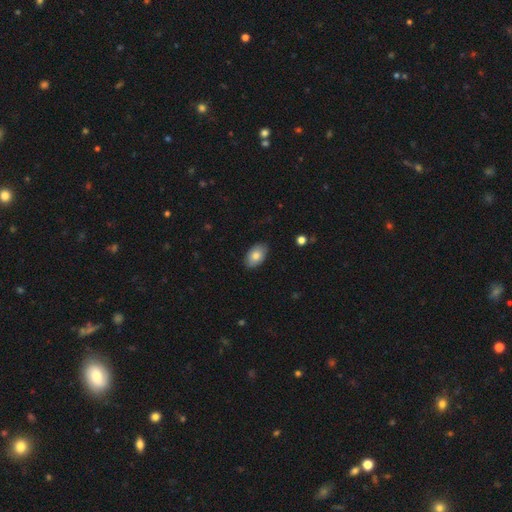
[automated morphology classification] This appears to be a smooth galaxy with no disk features (81%) that is in between round and cigar-shaped (92%). Merging: none (88%).